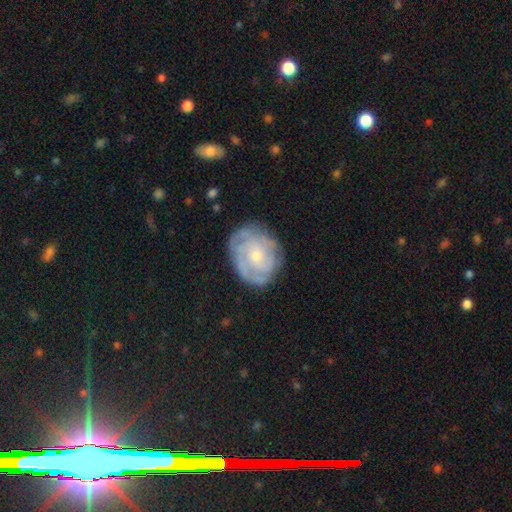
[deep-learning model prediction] Smooth or featured: featured or disk — 75% (smooth — 19%)
Edge-on disk: no — 97% (yes — 3%)
Bar: no — 77% (weak — 20%)
Spiral arms: yes — 87% (no — 13%)
Spiral winding: tight — 66% (medium — 27%)
Spiral arm count: can't tell — 45% (3 — 18%)
Bulge size: small — 66% (moderate — 30%)
Merging: none — 74% (minor disturbance — 18%)